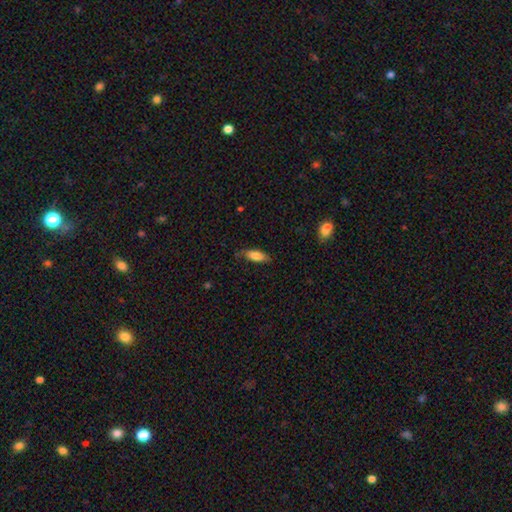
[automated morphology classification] smooth-or-featured: smooth: 79% | featured or disk: 14% | star or artifact: 7%
  how-rounded: in between: 75% | cigar-shaped: 23% | round: 2%
  merging: none: 74% | minor disturbance: 20% | major disturbance: 4% | merger: 2%